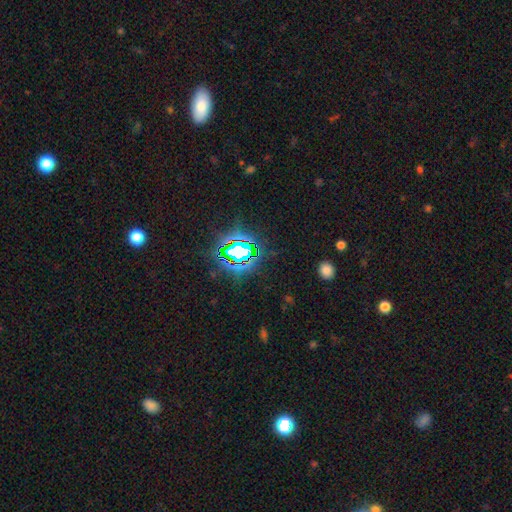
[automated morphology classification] This appears to be a star or artifact, not a galaxy (80%).